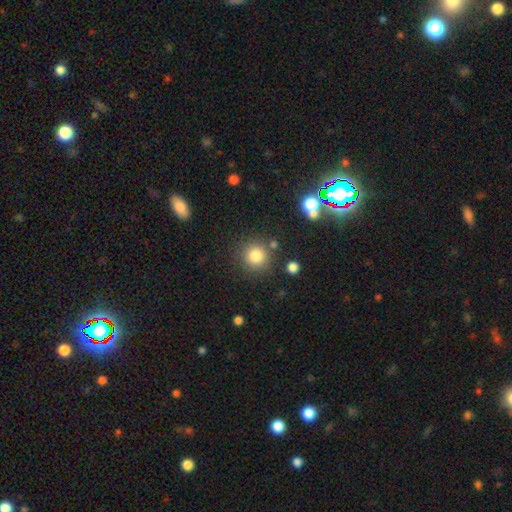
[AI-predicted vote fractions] Morphology: type=smooth (82%); roundness=round (93%); merging=none (83%).